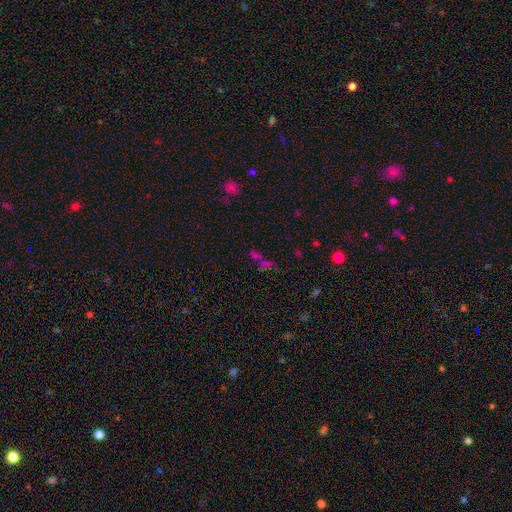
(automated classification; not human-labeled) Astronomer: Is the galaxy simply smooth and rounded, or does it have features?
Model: star or artifact — 50% (runner-up: smooth, 37%).